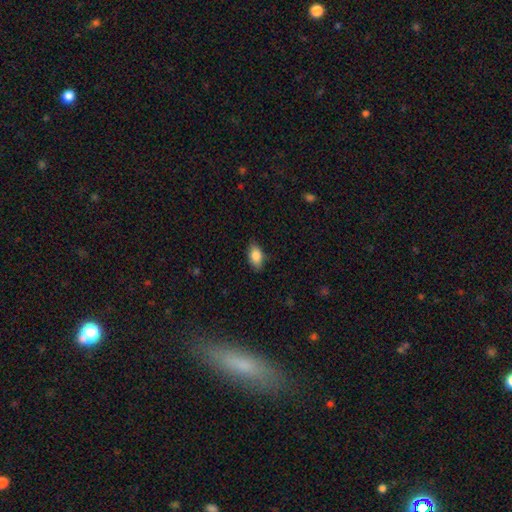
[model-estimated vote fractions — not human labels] Smooth or featured?
  - smooth: 83% *
  - featured or disk: 10%
  - star or artifact: 7%
How rounded?
  - in between: 89% *
  - round: 5%
  - cigar-shaped: 5%
Merging?
  - none: 83% *
  - minor disturbance: 13%
  - major disturbance: 3%
  - merger: 1%